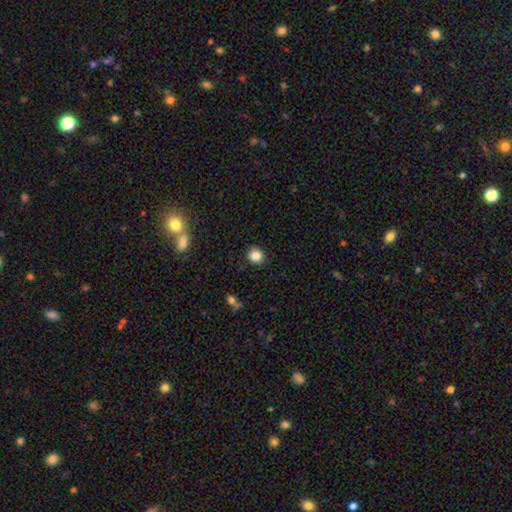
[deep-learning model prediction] Smooth or featured?
  - smooth: 86% *
  - star or artifact: 11%
  - featured or disk: 3%
How rounded?
  - round: 87% *
  - in between: 12%
  - cigar-shaped: 1%
Merging?
  - none: 90% *
  - minor disturbance: 7%
  - major disturbance: 2%
  - merger: 1%